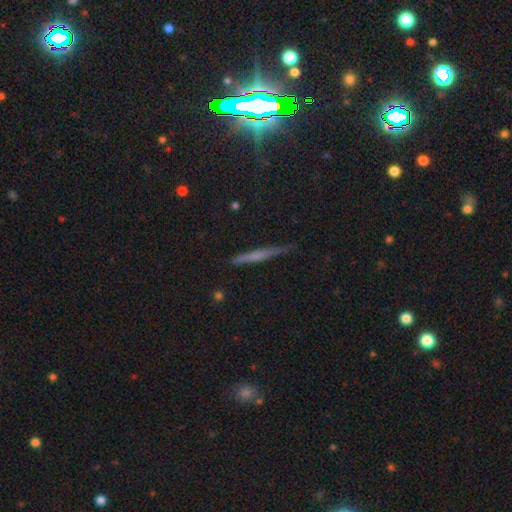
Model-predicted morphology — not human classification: Q: Smooth or featured?
A: featured or disk (46%); runner-up: smooth (42%)
Q: Merging?
A: none (84%); runner-up: minor disturbance (12%)